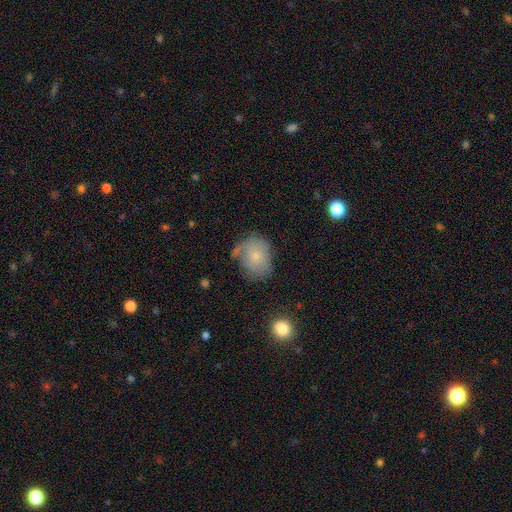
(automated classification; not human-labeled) This is likely a smooth galaxy (68%). How rounded: possibly round (56%). Merging: marginally none (43%).